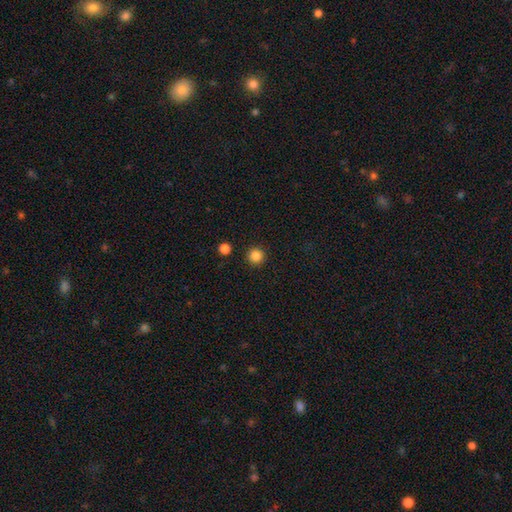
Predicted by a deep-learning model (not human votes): Q: Smooth or featured?
A: smooth (86%); runner-up: star or artifact (11%)
Q: How rounded?
A: round (96%); runner-up: in between (3%)
Q: Merging?
A: none (92%); runner-up: minor disturbance (4%)